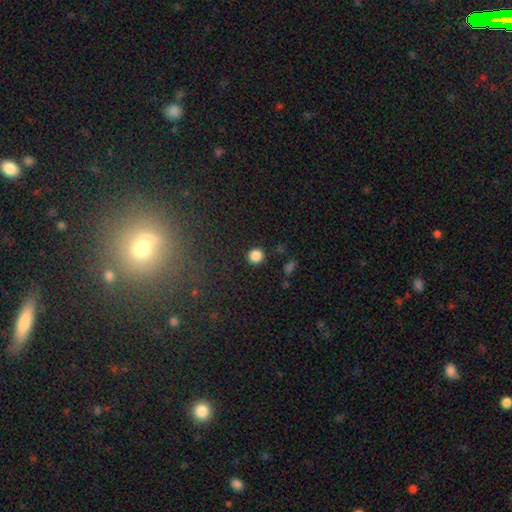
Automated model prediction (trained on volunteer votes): This appears to be a smooth galaxy with no disk features (84%) that is round (95%). Merging: none (91%).